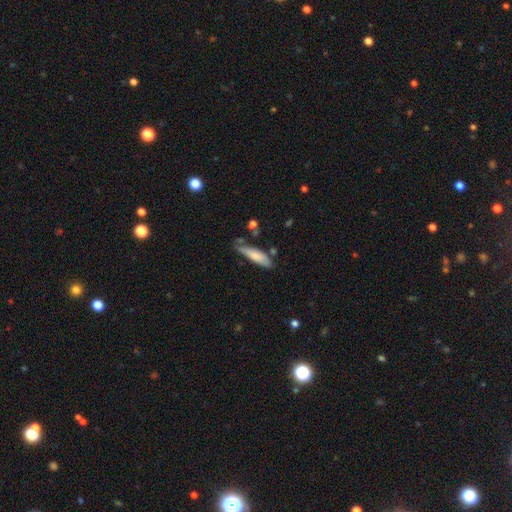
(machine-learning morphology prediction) Smooth or featured?
  - smooth: 74% *
  - featured or disk: 20%
  - star or artifact: 6%
How rounded?
  - cigar-shaped: 63% *
  - in between: 35%
  - round: 1%
Merging?
  - none: 58% *
  - minor disturbance: 29%
  - major disturbance: 7%
  - merger: 6%